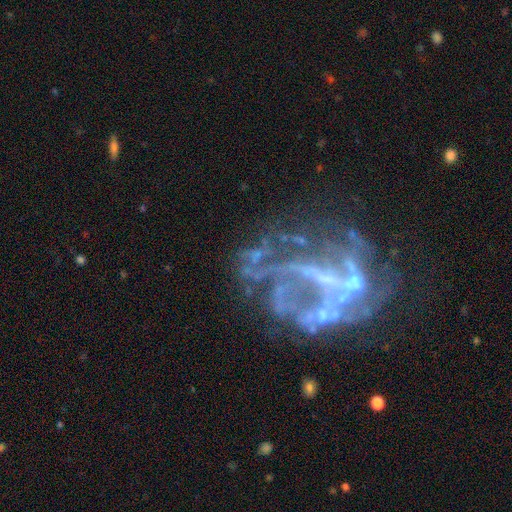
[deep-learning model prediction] This is likely a featured or disk galaxy (75%). It is clearly not viewed edge-on (98%). Bar: possibly no (55%). Spiral arm pattern: possibly no (57%). Central bulge: likely none (63%). Merging: marginally major disturbance (40%).